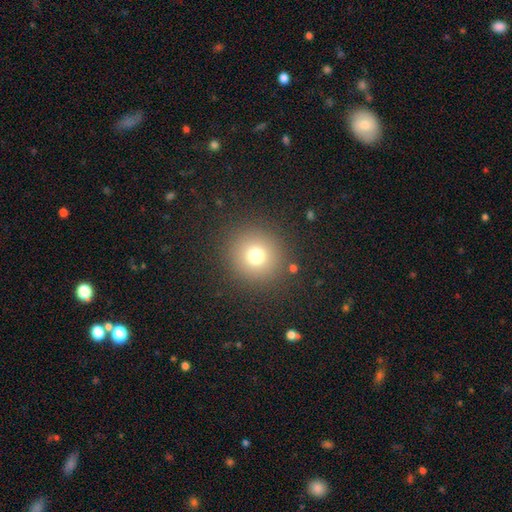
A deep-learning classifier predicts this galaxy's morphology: type=smooth (73%); roundness=round (94%); merging=none (88%).